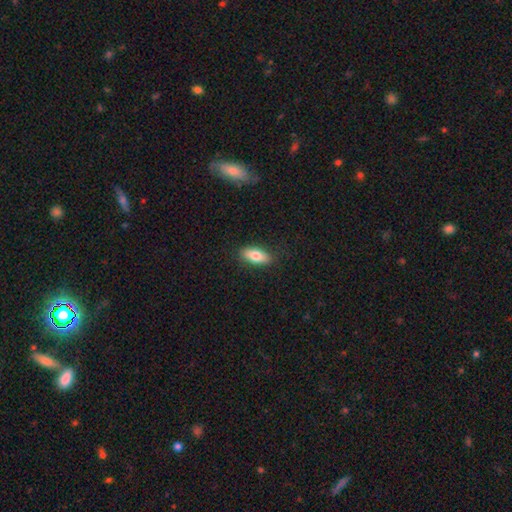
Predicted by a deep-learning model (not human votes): Smooth or featured: smooth — 78% (featured or disk — 16%)
How rounded: in between — 81% (cigar-shaped — 16%)
Merging: none — 86% (minor disturbance — 11%)